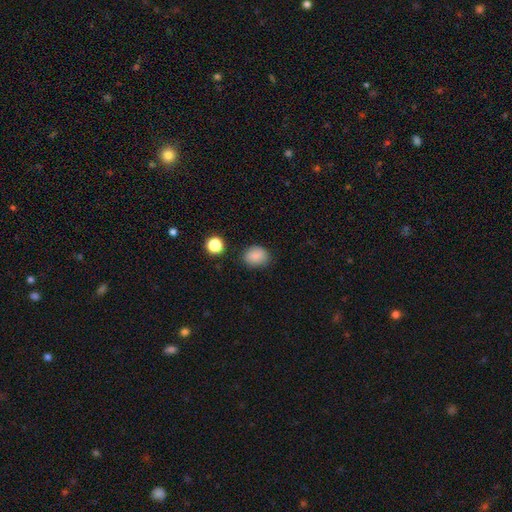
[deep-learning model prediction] smooth-or-featured: smooth: 85% | star or artifact: 10% | featured or disk: 5%
  how-rounded: round: 50% | in between: 49% | cigar-shaped: 1%
  merging: none: 80% | minor disturbance: 15% | major disturbance: 3% | merger: 2%